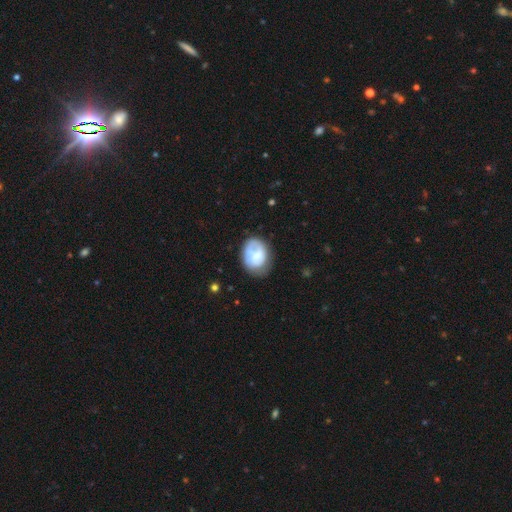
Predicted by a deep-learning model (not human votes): Smooth or featured?
  - smooth: 54% *
  - featured or disk: 38%
  - star or artifact: 7%
How rounded?
  - in between: 63% *
  - round: 36%
  - cigar-shaped: 1%
Merging?
  - none: 54% *
  - minor disturbance: 28%
  - major disturbance: 14%
  - merger: 5%